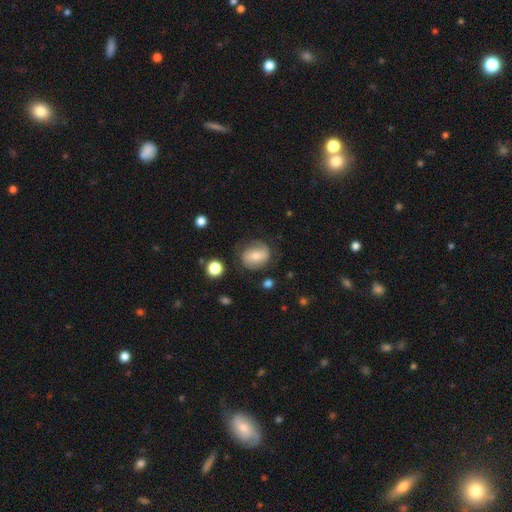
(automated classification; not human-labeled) Smooth or featured? Predicted: smooth (p=0.54). How rounded? Predicted: round (p=0.57). Merging? Predicted: none (p=0.70).